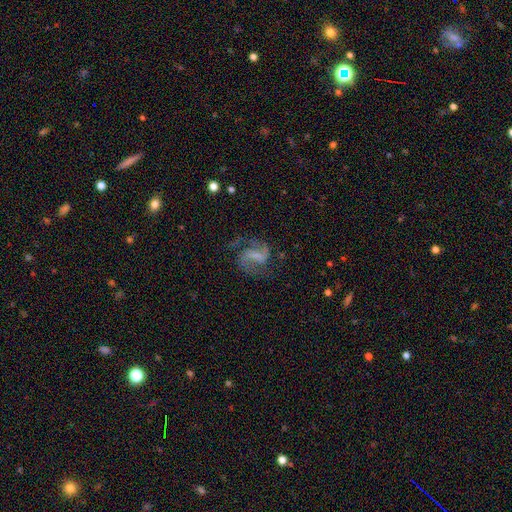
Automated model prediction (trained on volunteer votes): A featured or disk galaxy (84%) with a weak bar (48%), 2 (89%) medium (54%) spiral arms (96%) and no central bulge (46%).

Vote fractions:
- Smooth or featured? featured or disk: 84% / smooth: 9% / star or artifact: 7%
- Edge-on disk? no: 98% / yes: 2%
- Bar? weak: 48% / strong: 33% / no: 18%
- Spiral arms? yes: 96% / no: 4%
- Spiral winding? medium: 54% / loose: 34% / tight: 12%
- Spiral arm count? 2: 89% / can't tell: 3% / 1: 3% / 3: 2% / 4: 1% / more than 4: 1%
- Bulge size? none: 46% / small: 32% / moderate: 16% / large: 5% / dominant: 1%
- Merging? none: 67% / minor disturbance: 16% / major disturbance: 15% / merger: 2%